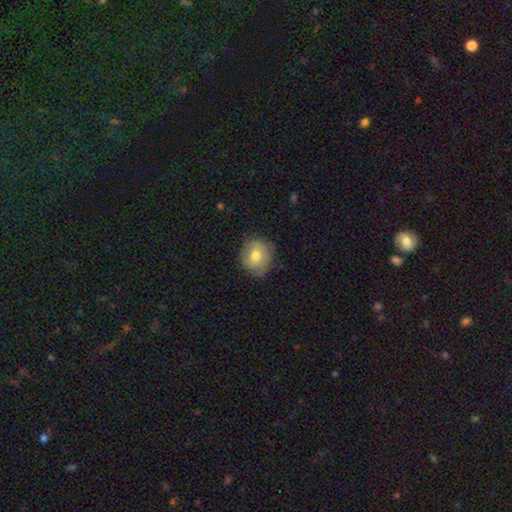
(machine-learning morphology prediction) The model was most divided on "smooth or featured": smooth: 68%, featured or disk: 25%, star or artifact: 8%. More confident: how rounded — round (78%); merging — none (72%).